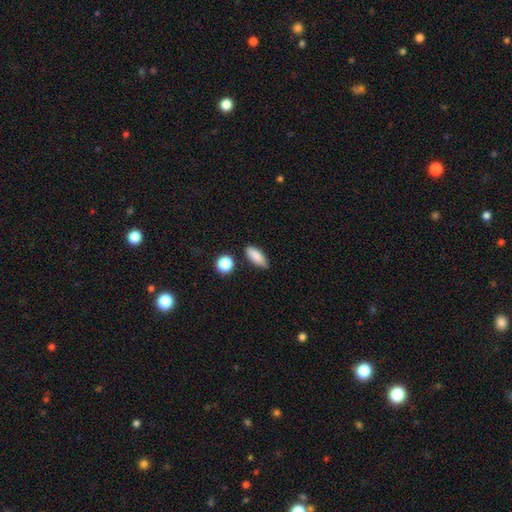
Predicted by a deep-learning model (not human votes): smooth-or-featured: smooth: 86% | star or artifact: 8% | featured or disk: 7%
  how-rounded: in between: 75% | cigar-shaped: 21% | round: 4%
  merging: none: 77% | minor disturbance: 16% | merger: 4% | major disturbance: 3%